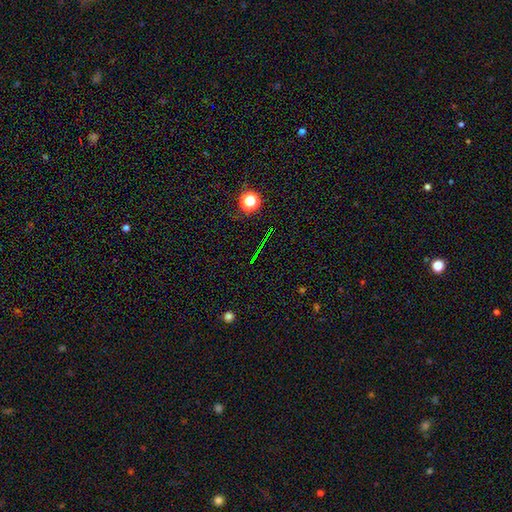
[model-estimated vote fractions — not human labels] Smooth or featured? star or artifact (71%)